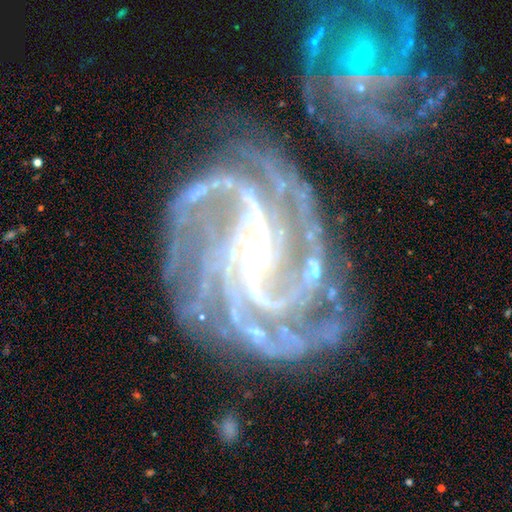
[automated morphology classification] Smooth or featured: featured or disk — 93% (star or artifact — 5%)
Edge-on disk: no — 98% (yes — 2%)
Bar: strong — 50% (weak — 35%)
Spiral arms: yes — 99% (no — 1%)
Spiral winding: medium — 46% (tight — 42%)
Spiral arm count: 4 — 24% (3 — 21%)
Bulge size: small — 69% (moderate — 24%)
Merging: none — 65% (minor disturbance — 19%)